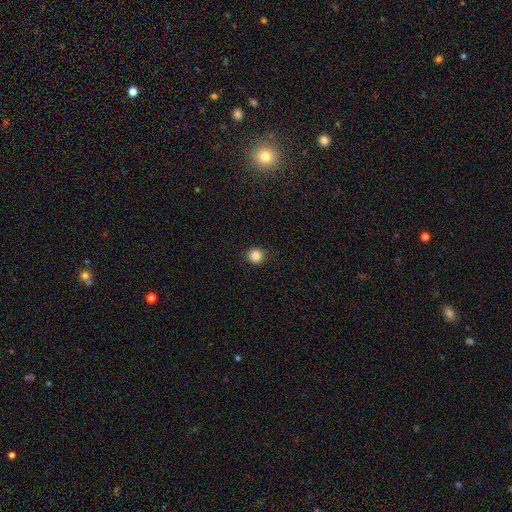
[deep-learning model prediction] Smooth or featured? smooth (86%)
How rounded? round (93%)
Merging? none (90%)